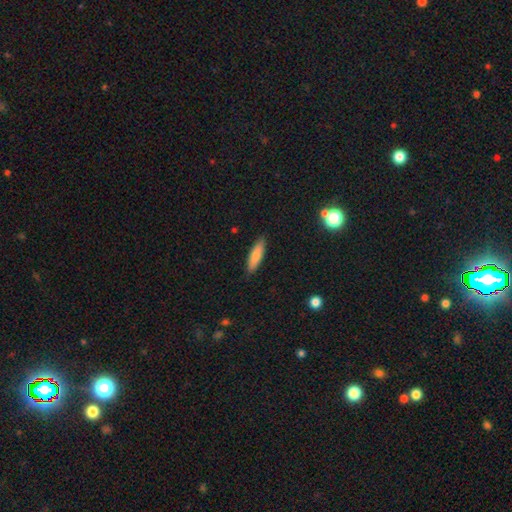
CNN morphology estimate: The model was most divided on "how rounded": cigar-shaped: 60%, in between: 38%, round: 2%. More confident: merging — none (89%); smooth or featured — smooth (78%).